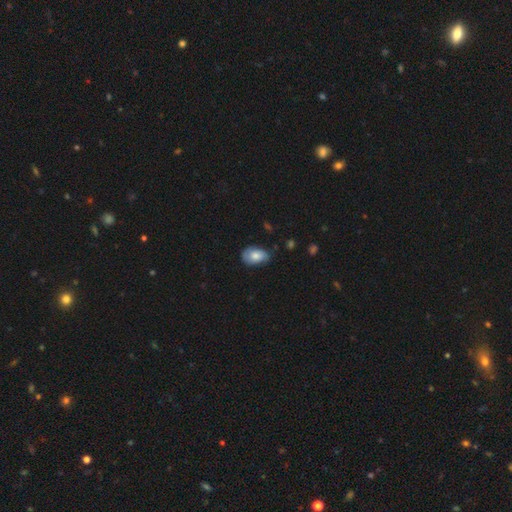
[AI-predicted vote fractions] Smooth or featured: smooth — 69% (featured or disk — 24%)
How rounded: in between — 88% (round — 11%)
Merging: none — 63% (minor disturbance — 30%)